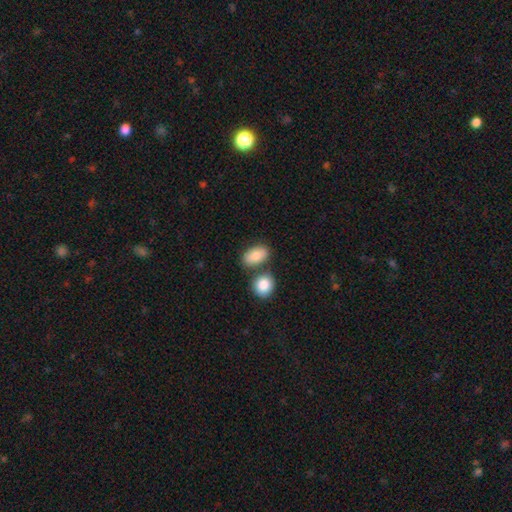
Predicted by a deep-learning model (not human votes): Smooth or featured: smooth — 85% (featured or disk — 8%)
How rounded: in between — 89% (round — 9%)
Merging: none — 62% (merger — 23%)